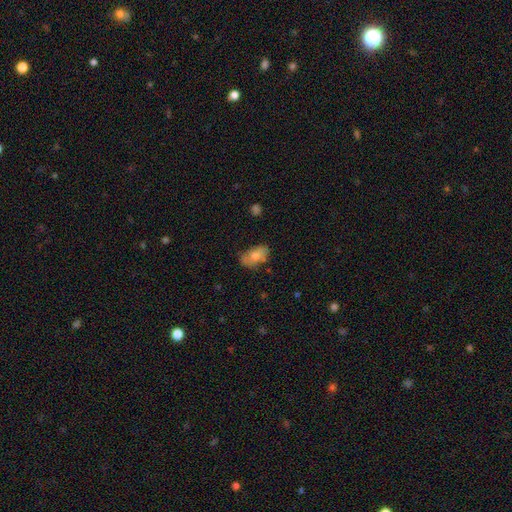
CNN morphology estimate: Overall: smooth (73%). How rounded: in between (90%). Merging: none (54%; minor disturbance 31%).